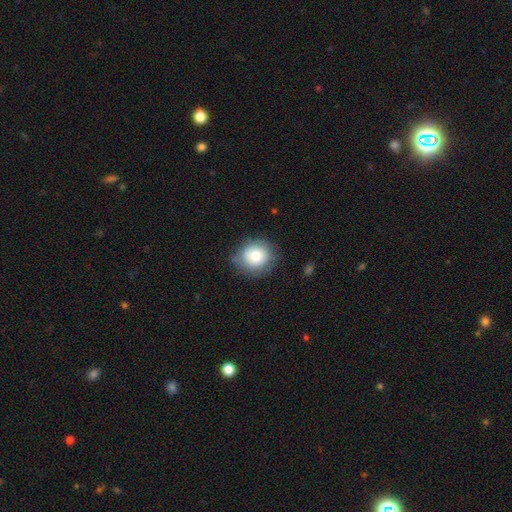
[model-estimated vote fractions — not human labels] Smooth or featured? smooth (72%)
How rounded? round (84%)
Merging? none (77%)